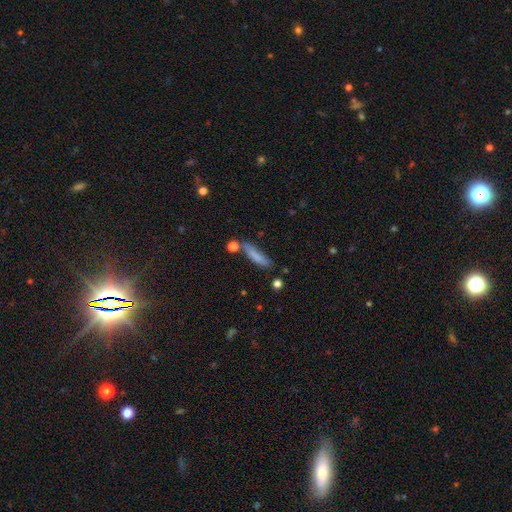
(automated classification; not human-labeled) Overall: smooth (74%). How rounded: cigar-shaped (81%). Merging: none (58%; minor disturbance 21%).